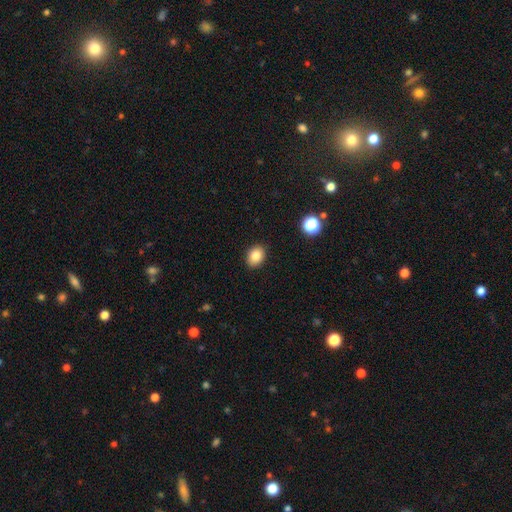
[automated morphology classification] smooth 84%, star or artifact 10%, featured or disk 6%. Down the decision tree: how rounded — in between (63%); merging — none (89%).